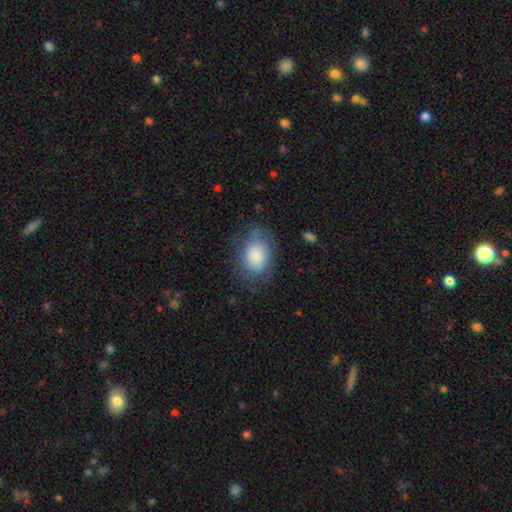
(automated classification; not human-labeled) Q: Smooth or featured?
A: smooth (67%); runner-up: featured or disk (25%)
Q: How rounded?
A: in between (80%); runner-up: round (19%)
Q: Merging?
A: none (64%); runner-up: minor disturbance (23%)